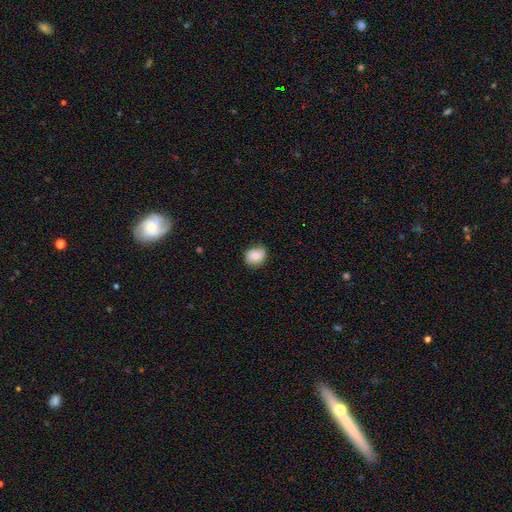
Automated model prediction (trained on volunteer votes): smooth 75%, featured or disk 17%, star or artifact 8%. Down the decision tree: how rounded — round (61%); merging — none (70%).